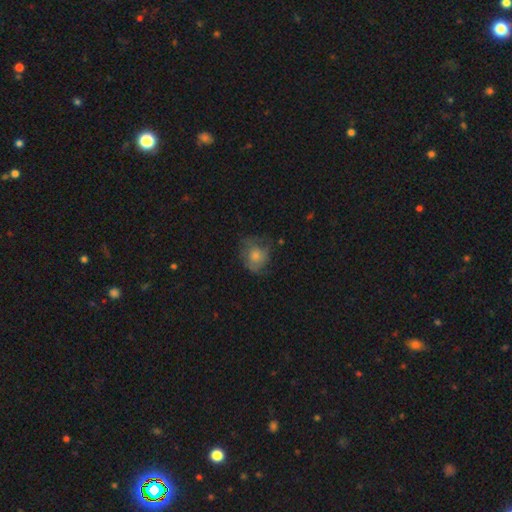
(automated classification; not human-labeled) Smooth or featured?
  - smooth: 62% *
  - featured or disk: 25%
  - star or artifact: 13%
How rounded?
  - round: 68% *
  - in between: 31%
  - cigar-shaped: 1%
Merging?
  - none: 57% *
  - minor disturbance: 27%
  - major disturbance: 15%
  - merger: 2%